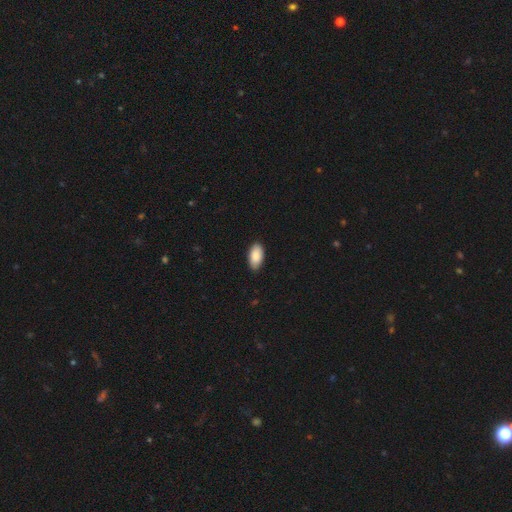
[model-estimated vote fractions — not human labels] smooth_or_featured: smooth (p=0.89) [alt: star or artifact p=0.06]
how_rounded: in between (p=0.95) [alt: cigar-shaped p=0.03]
merging: none (p=0.88) [alt: minor disturbance p=0.09]